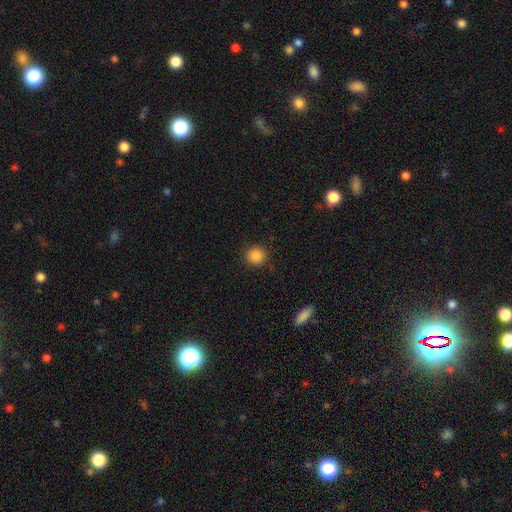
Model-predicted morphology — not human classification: smooth_or_featured: smooth (p=0.87) [alt: star or artifact p=0.10]
how_rounded: round (p=0.92) [alt: in between p=0.07]
merging: none (p=0.91) [alt: minor disturbance p=0.06]